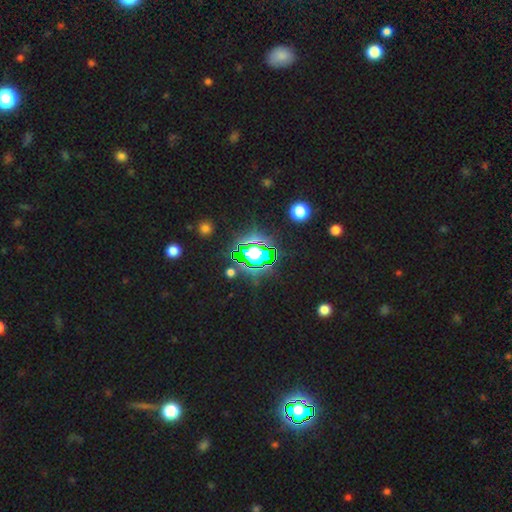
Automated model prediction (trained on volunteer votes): smooth_or_featured: star or artifact (p=0.69) [alt: smooth p=0.20]